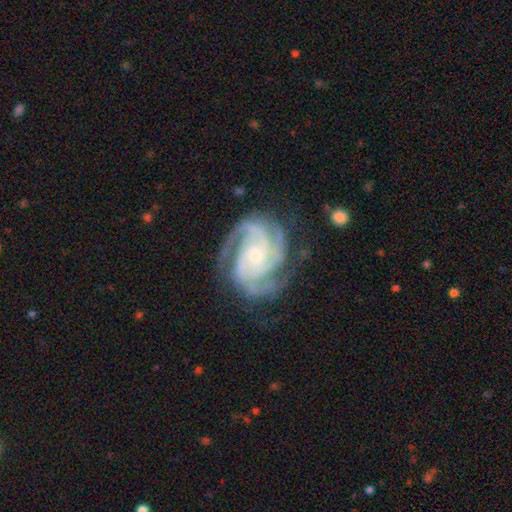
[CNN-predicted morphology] type=featured or disk (93%); edge-on=no (98%); bar=no (67%); spiral arms=yes (99%); winding=tight (63%); arm count=3 (48%); bulge=small (72%); merging=none (76%).